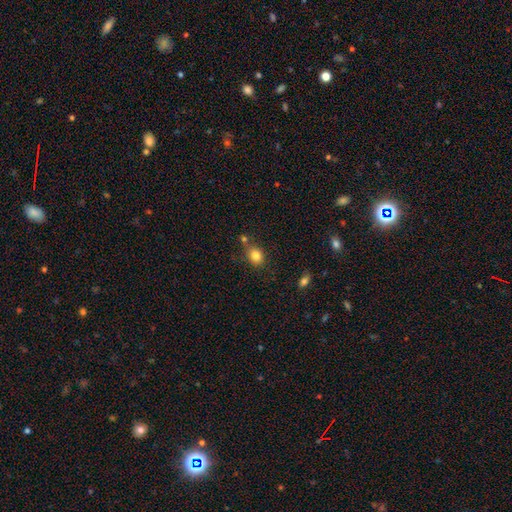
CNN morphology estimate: A smooth galaxy with no disk features (83%) that is round (57%).

Vote fractions:
- Smooth or featured? smooth: 83% / star or artifact: 11% / featured or disk: 7%
- How rounded? round: 57% / in between: 42% / cigar-shaped: 1%
- Merging? none: 65% / minor disturbance: 16% / merger: 15% / major disturbance: 5%